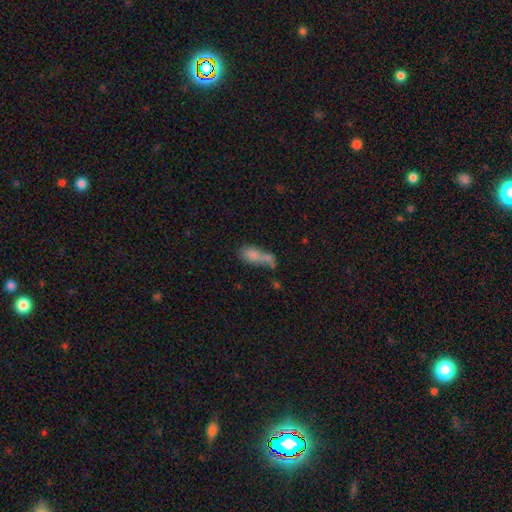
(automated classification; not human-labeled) A smooth galaxy with no disk features (70%) that is in between round and cigar-shaped (75%).

Vote fractions:
- Smooth or featured? smooth: 70% / featured or disk: 18% / star or artifact: 12%
- How rounded? in between: 75% / cigar-shaped: 15% / round: 10%
- Merging? merger: 45% / none: 26% / minor disturbance: 16% / major disturbance: 13%